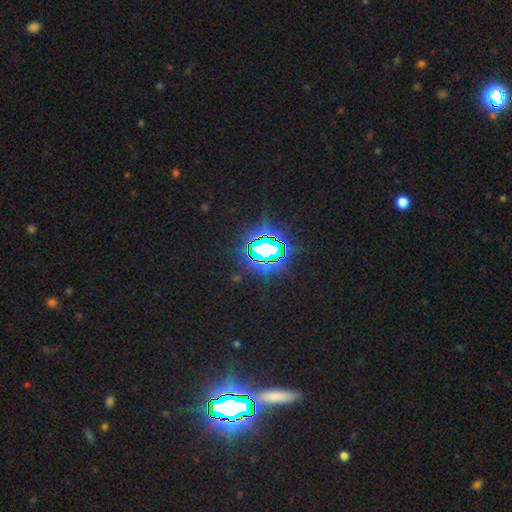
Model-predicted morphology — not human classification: Smooth or featured? Predicted: star or artifact (p=0.84).